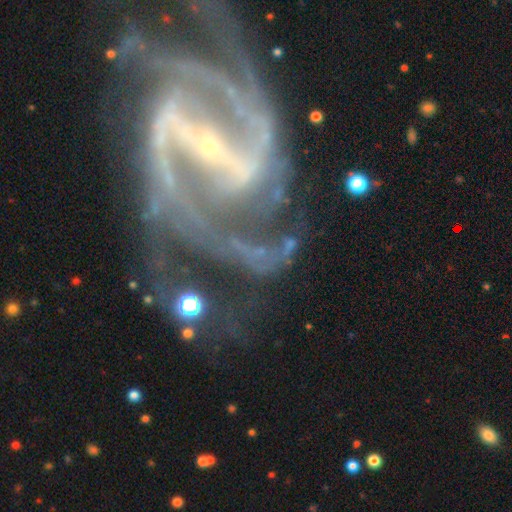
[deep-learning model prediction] This is clearly a featured or disk galaxy (86%). It is clearly not viewed edge-on (96%). Bar: likely strong (68%). Spiral arm pattern: clearly yes (92%). Spiral arm count: likely 2 (62%). Spiral winding: possibly medium (45%). Central bulge: clearly small (83%). Merging: possibly none (51%).